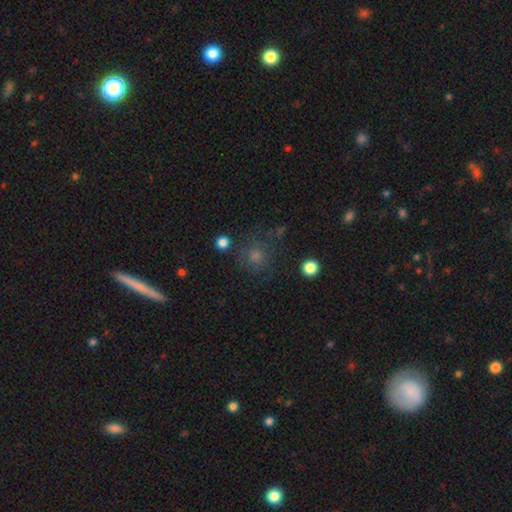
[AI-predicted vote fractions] smooth 70%, star or artifact 17%, featured or disk 13%. Down the decision tree: how rounded — round (88%); merging — none (72%).